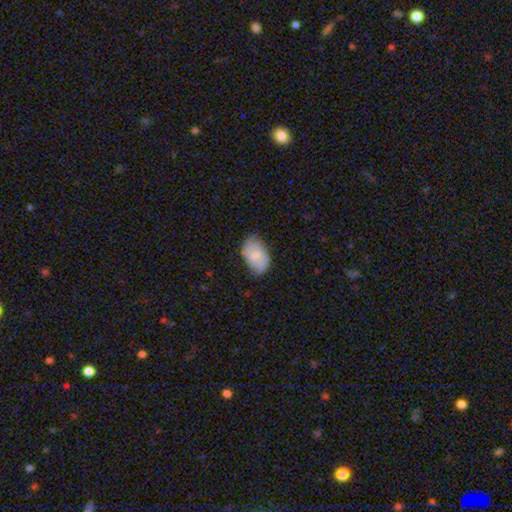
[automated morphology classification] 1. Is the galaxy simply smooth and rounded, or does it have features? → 48% smooth, 45% featured or disk, 7% star or artifact.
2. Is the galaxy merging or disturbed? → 63% none, 28% minor disturbance, 7% major disturbance, 1% merger.